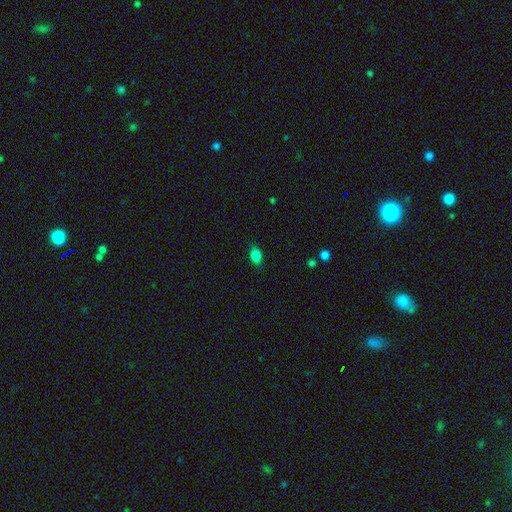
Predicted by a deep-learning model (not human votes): Smooth or featured? Predicted: smooth (p=0.84). How rounded? Predicted: in between (p=0.83). Merging? Predicted: none (p=0.85).